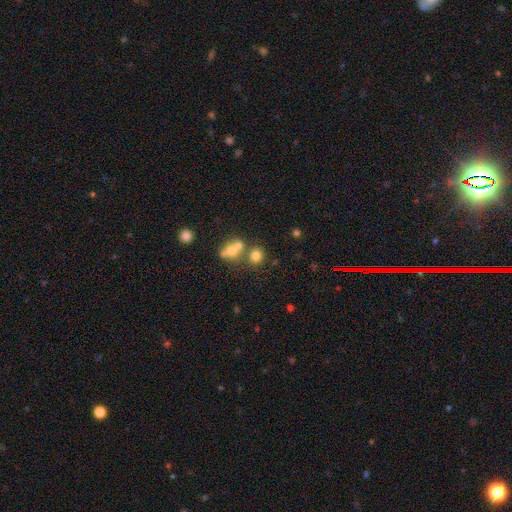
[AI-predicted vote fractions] smooth-or-featured: smooth: 71% | star or artifact: 15% | featured or disk: 14%
  how-rounded: round: 80% | in between: 19% | cigar-shaped: 1%
  merging: none: 53% | merger: 34% | minor disturbance: 8% | major disturbance: 4%